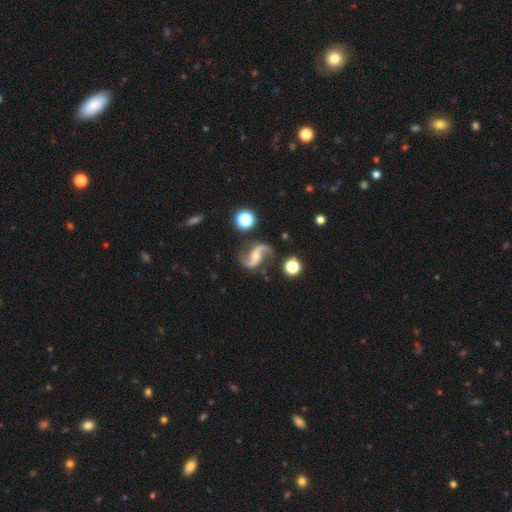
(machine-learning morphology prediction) Smooth or featured: featured or disk — 91% (star or artifact — 5%)
Edge-on disk: no — 97% (yes — 3%)
Bar: no — 42% (weak — 34%)
Spiral arms: yes — 98% (no — 2%)
Spiral winding: loose — 79% (medium — 17%)
Spiral arm count: 2 — 94% (1 — 2%)
Bulge size: moderate — 46% (small — 43%)
Merging: none — 80% (minor disturbance — 12%)